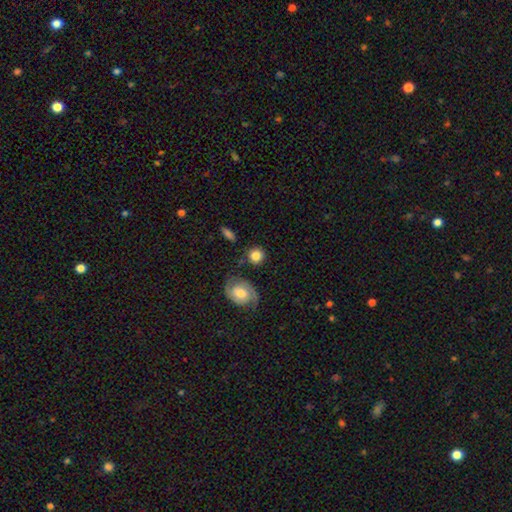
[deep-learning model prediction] Morphology: type=smooth (78%); roundness=round (87%); merging=none (77%).